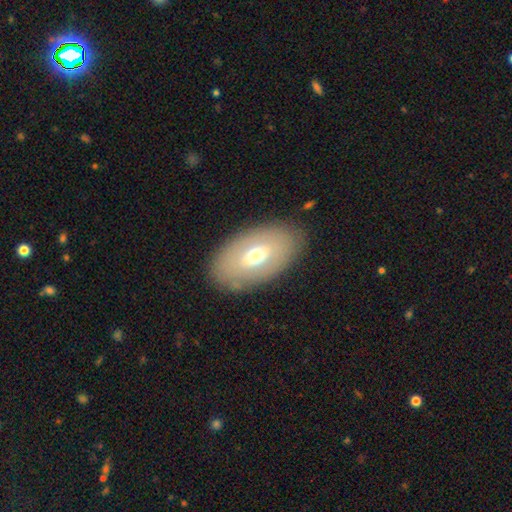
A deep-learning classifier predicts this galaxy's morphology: Q: Smooth or featured?
A: smooth (52%); runner-up: featured or disk (41%)
Q: How rounded?
A: in between (92%); runner-up: round (6%)
Q: Merging?
A: none (83%); runner-up: minor disturbance (11%)